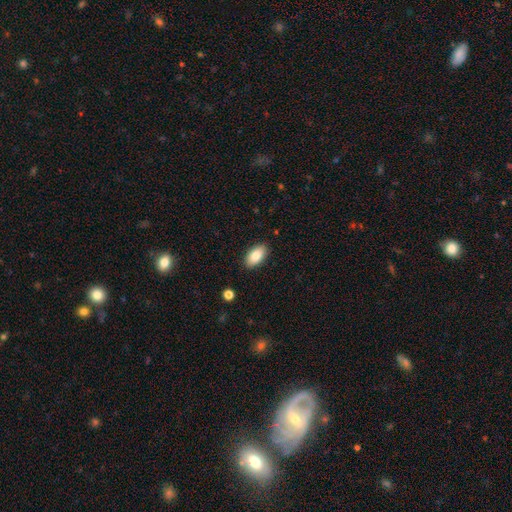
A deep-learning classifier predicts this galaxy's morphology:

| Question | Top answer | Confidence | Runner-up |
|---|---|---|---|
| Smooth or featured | smooth | 84% | featured or disk (9%) |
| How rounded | in between | 94% | round (3%) |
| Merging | none | 88% | minor disturbance (9%) |